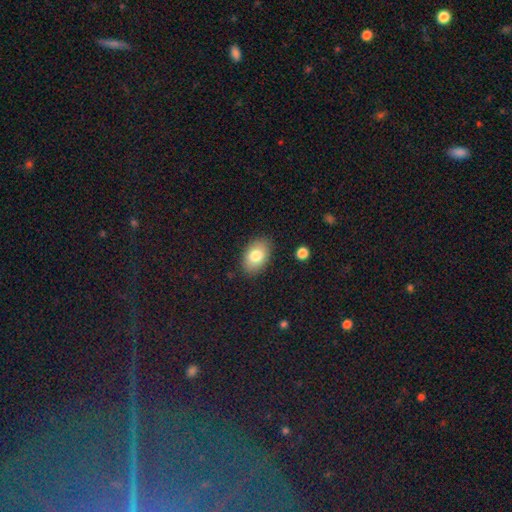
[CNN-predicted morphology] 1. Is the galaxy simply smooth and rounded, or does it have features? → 80% smooth, 13% featured or disk, 8% star or artifact.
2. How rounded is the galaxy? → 87% in between, 12% round, 1% cigar-shaped.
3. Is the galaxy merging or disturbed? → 85% none, 11% minor disturbance, 3% major disturbance, 1% merger.